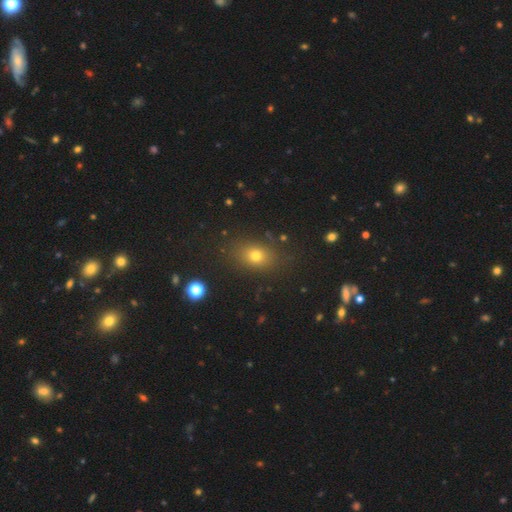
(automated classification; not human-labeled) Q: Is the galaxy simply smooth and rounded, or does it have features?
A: smooth — 72%.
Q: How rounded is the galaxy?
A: in between — 63%.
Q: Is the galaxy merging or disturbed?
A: none — 83%.